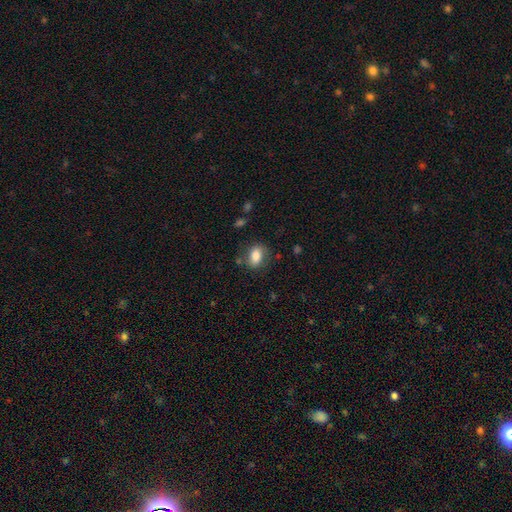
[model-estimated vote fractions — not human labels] smooth 81%, featured or disk 11%, star or artifact 8%. Down the decision tree: how rounded — in between (78%); merging — none (73%).